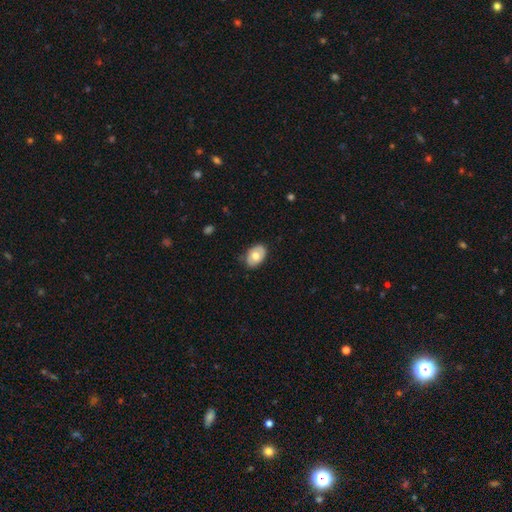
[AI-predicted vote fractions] Q: Smooth or featured?
A: smooth (66%); runner-up: featured or disk (28%)
Q: How rounded?
A: in between (83%); runner-up: round (16%)
Q: Merging?
A: none (78%); runner-up: minor disturbance (18%)